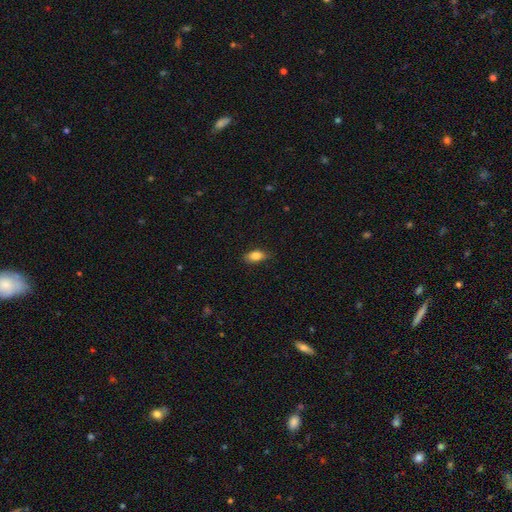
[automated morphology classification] Overall: smooth (82%). How rounded: in between (87%). Merging: none (82%).